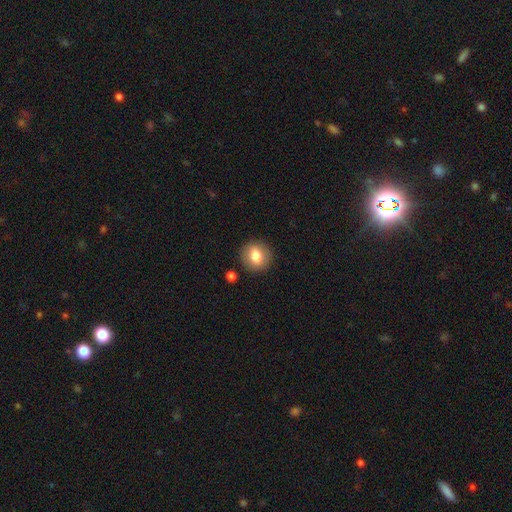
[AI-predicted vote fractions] Q: Smooth or featured?
A: smooth (77%); runner-up: featured or disk (14%)
Q: How rounded?
A: round (78%); runner-up: in between (21%)
Q: Merging?
A: none (87%); runner-up: minor disturbance (8%)